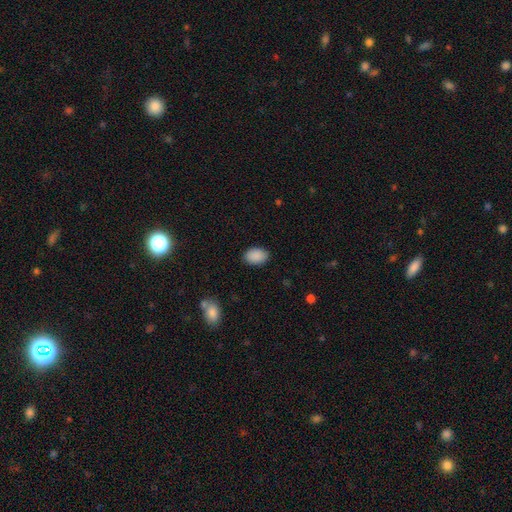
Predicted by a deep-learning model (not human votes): Smooth or featured?
  - smooth: 90% *
  - star or artifact: 7%
  - featured or disk: 3%
How rounded?
  - in between: 85% *
  - round: 14%
  - cigar-shaped: 1%
Merging?
  - none: 87% *
  - minor disturbance: 10%
  - major disturbance: 2%
  - merger: 1%